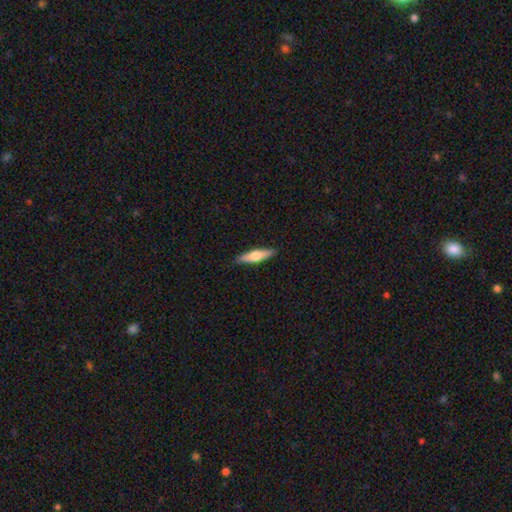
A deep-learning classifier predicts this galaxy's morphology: Q: Smooth or featured?
A: smooth (54%); runner-up: featured or disk (41%)
Q: How rounded?
A: cigar-shaped (72%); runner-up: in between (26%)
Q: Merging?
A: none (90%); runner-up: minor disturbance (8%)